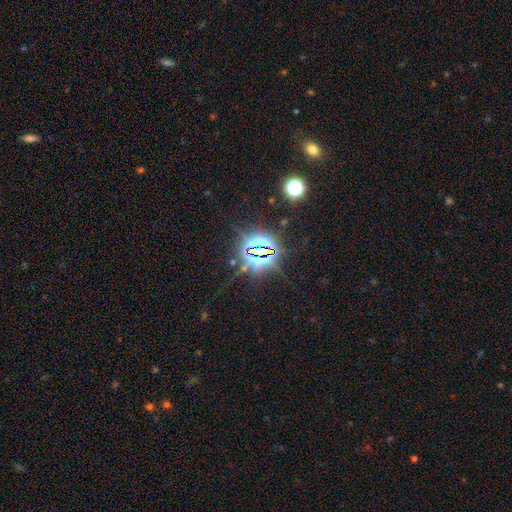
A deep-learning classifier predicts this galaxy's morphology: Smooth or featured? star or artifact (83%)